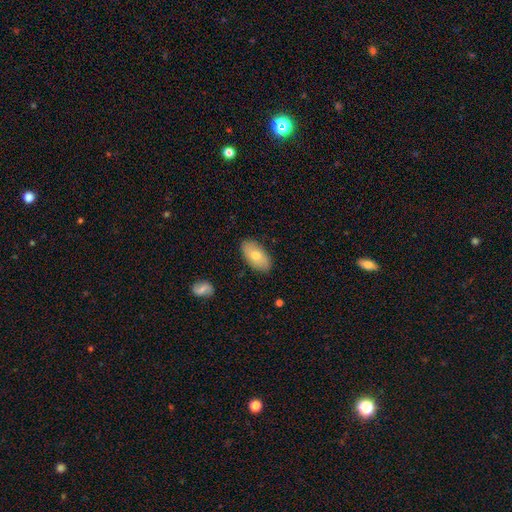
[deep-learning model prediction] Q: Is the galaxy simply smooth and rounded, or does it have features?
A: smooth — 66%.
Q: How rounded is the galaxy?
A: in between — 93%.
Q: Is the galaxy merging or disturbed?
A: none — 86%.